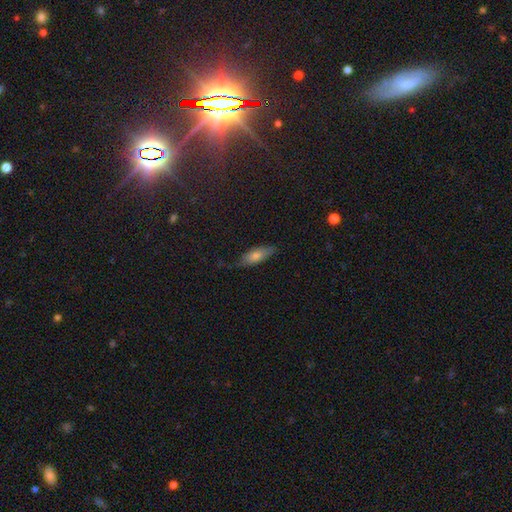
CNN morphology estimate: type=smooth (69%); roundness=in between (68%); merging=none (75%).